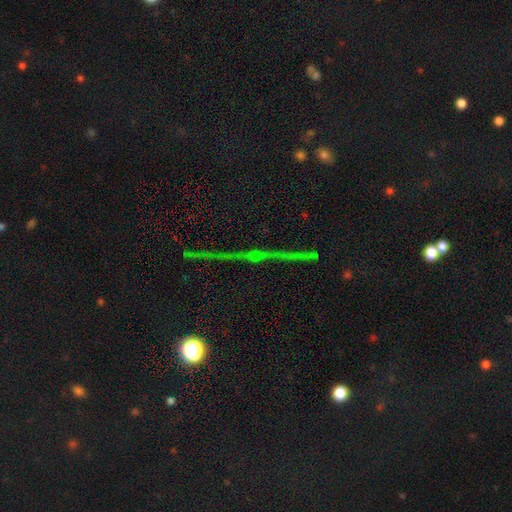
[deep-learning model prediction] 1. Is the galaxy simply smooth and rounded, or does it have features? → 58% star or artifact, 31% featured or disk, 11% smooth.